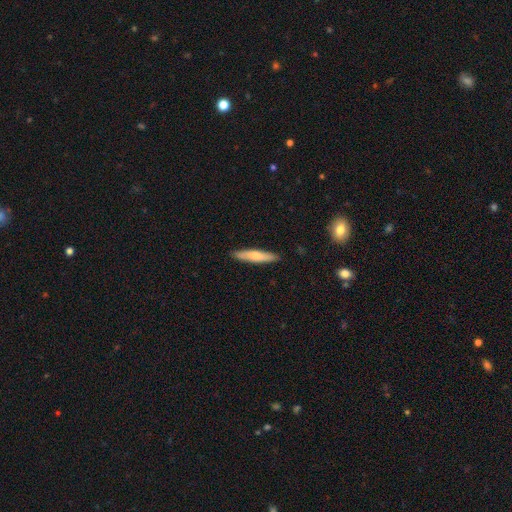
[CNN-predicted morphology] Smooth or featured? smooth (67%)
How rounded? cigar-shaped (86%)
Merging? none (89%)